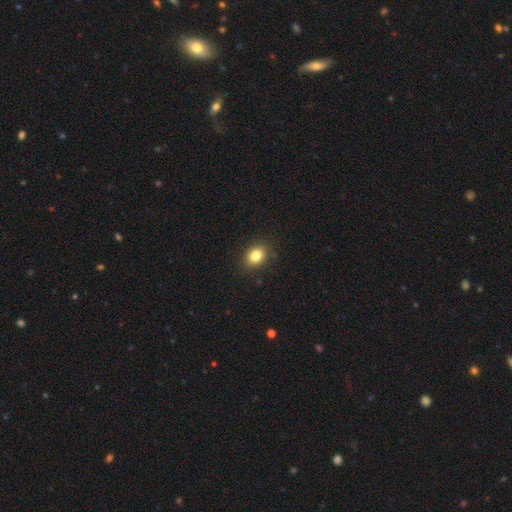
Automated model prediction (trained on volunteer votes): Smooth or featured?
  - smooth: 83% *
  - star or artifact: 10%
  - featured or disk: 7%
How rounded?
  - in between: 59% *
  - round: 40%
  - cigar-shaped: 1%
Merging?
  - none: 88% *
  - minor disturbance: 9%
  - major disturbance: 2%
  - merger: 1%